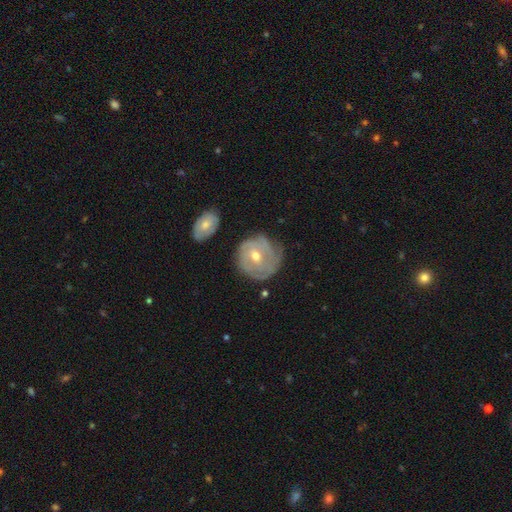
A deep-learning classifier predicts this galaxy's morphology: featured or disk 68%, smooth 25%, star or artifact 7%. Down the decision tree: edge-on disk — no (96%); bar — no (60%); spiral arms — yes (78%); spiral arm count — can't tell (48%); spiral winding — tight (70%); bulge size — moderate (61%); merging — none (63%).